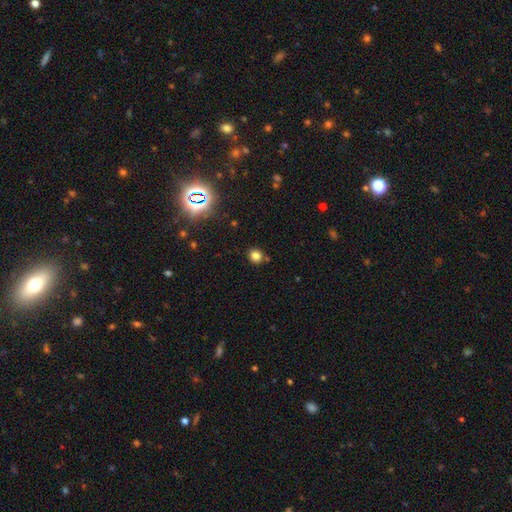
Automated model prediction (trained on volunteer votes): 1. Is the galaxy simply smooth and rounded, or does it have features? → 78% smooth, 16% star or artifact, 5% featured or disk.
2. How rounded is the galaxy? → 85% round, 14% in between, 1% cigar-shaped.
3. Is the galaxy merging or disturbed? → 81% none, 9% minor disturbance, 7% merger, 3% major disturbance.